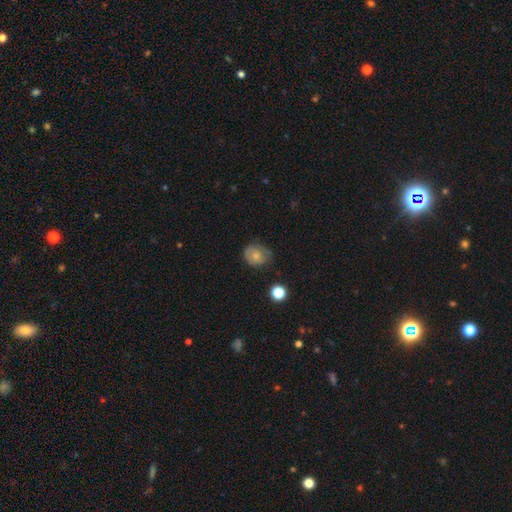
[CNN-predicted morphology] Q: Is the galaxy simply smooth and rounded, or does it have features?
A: smooth — 67%.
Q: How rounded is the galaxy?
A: round — 62%.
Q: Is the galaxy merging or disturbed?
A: none — 58%.